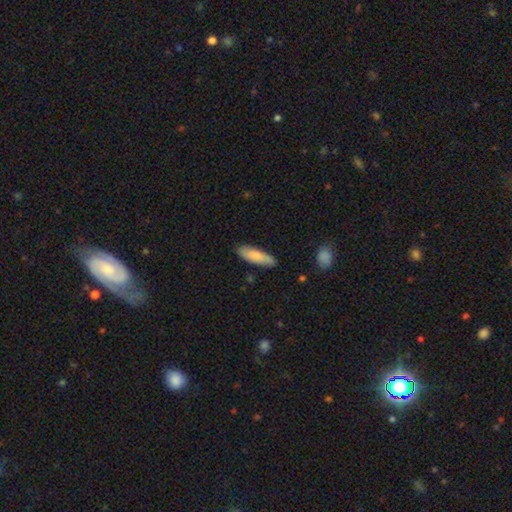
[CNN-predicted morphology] smooth 82%, featured or disk 13%, star or artifact 6%. Down the decision tree: how rounded — cigar-shaped (54%); merging — none (83%).